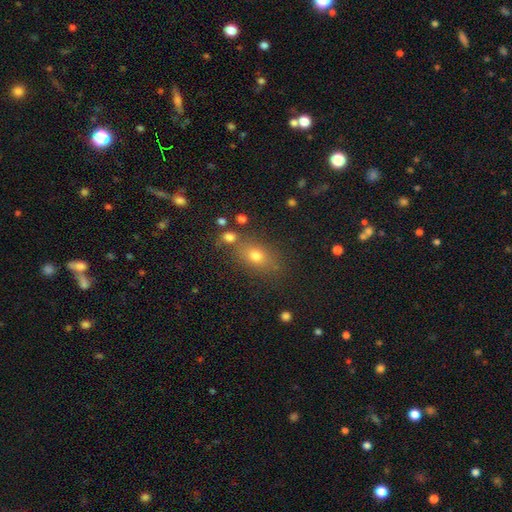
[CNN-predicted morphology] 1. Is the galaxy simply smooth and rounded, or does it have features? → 71% smooth, 17% star or artifact, 12% featured or disk.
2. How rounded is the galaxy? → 64% in between, 31% round, 5% cigar-shaped.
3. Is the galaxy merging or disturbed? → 72% none, 13% minor disturbance, 10% merger, 5% major disturbance.